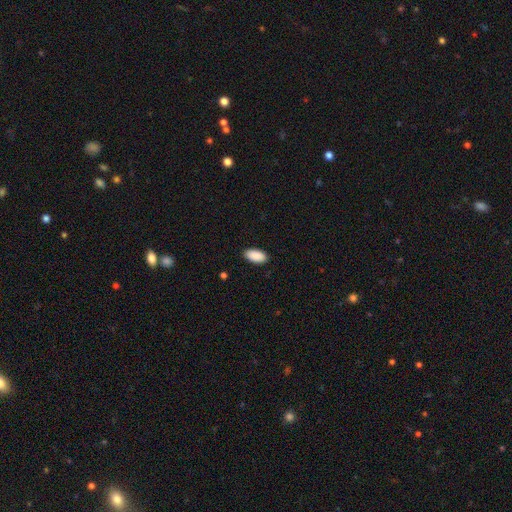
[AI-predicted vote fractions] A smooth galaxy with no disk features (91%) that is in between round and cigar-shaped (95%). Merging: none (89%).